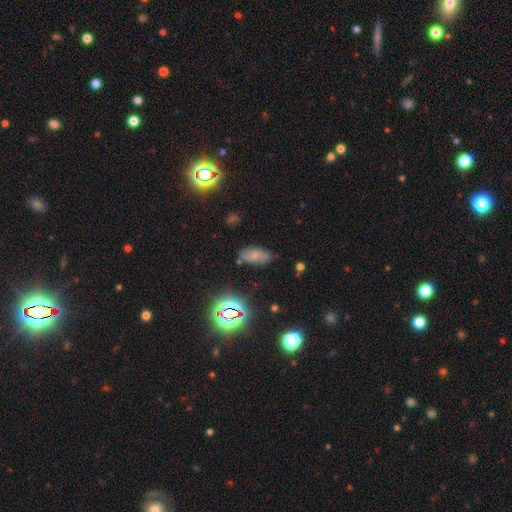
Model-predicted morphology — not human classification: A smooth galaxy with no disk features (58%) that is in between round and cigar-shaped (90%). Merging: none (67%).